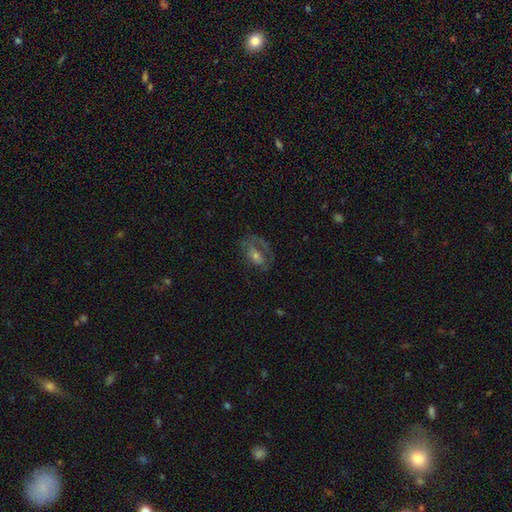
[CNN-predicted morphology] Smooth or featured? featured or disk (57%)
Edge-on disk? no (94%)
Bar? no (66%)
Spiral arms? yes (51%)
Bulge size? small (44%, tied with moderate)
Merging? none (54%)